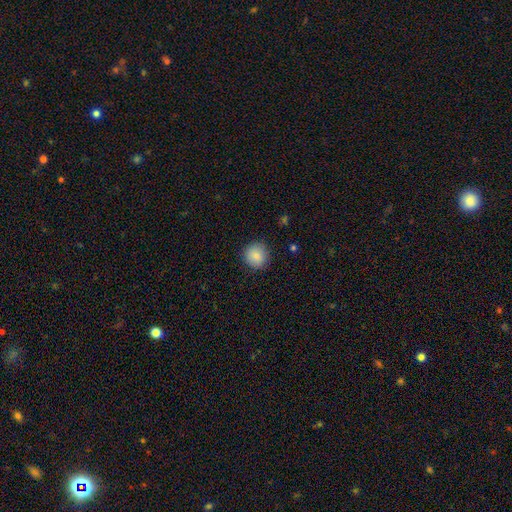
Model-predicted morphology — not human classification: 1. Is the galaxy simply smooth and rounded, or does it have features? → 87% smooth, 8% star or artifact, 5% featured or disk.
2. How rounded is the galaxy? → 93% round, 6% in between, 1% cigar-shaped.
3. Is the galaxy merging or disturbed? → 88% none, 8% minor disturbance, 2% major disturbance, 1% merger.